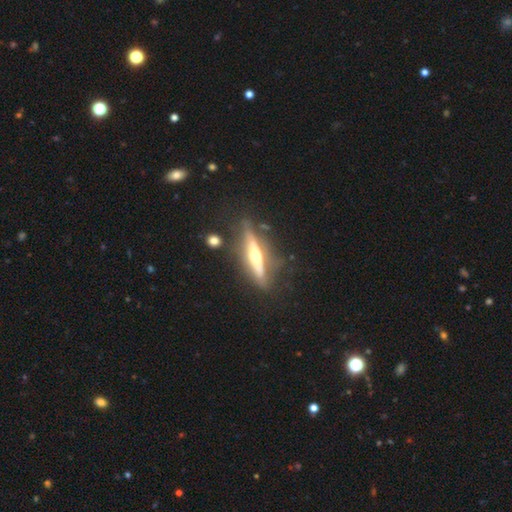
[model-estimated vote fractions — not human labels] This is likely a featured or disk galaxy (74%). It is clearly viewed edge-on (92%). Edge-on bulge: clearly rounded (90%). Merging: likely none (72%).